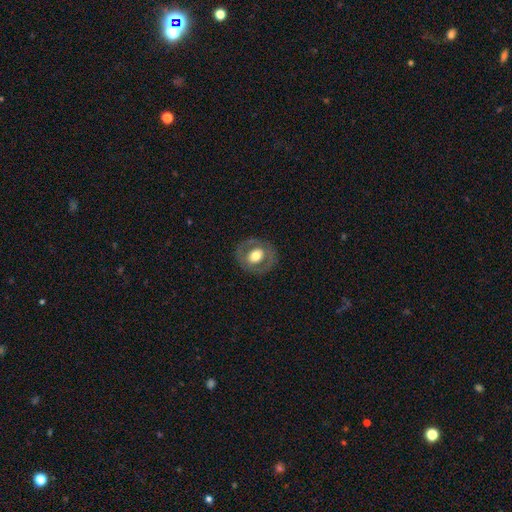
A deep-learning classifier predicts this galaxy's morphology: Smooth or featured?
  - featured or disk: 46% * (tied)
  - smooth: 46% * (tied)
  - star or artifact: 7%
Merging?
  - none: 81% *
  - minor disturbance: 12%
  - major disturbance: 6%
  - merger: 1%